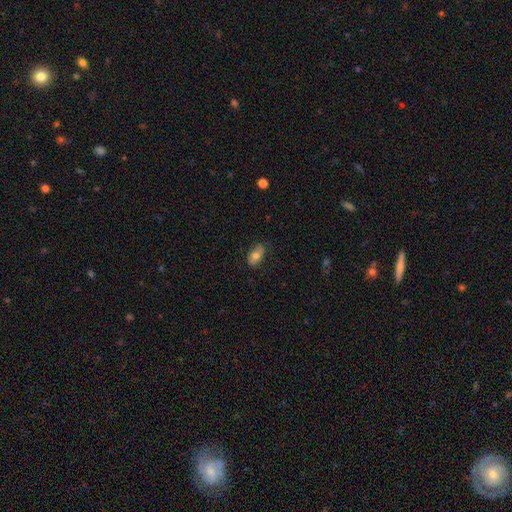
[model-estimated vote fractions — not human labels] smooth_or_featured: smooth (p=0.71) [alt: featured or disk p=0.21]
how_rounded: in between (p=0.90) [alt: round p=0.08]
merging: none (p=0.76) [alt: minor disturbance p=0.19]